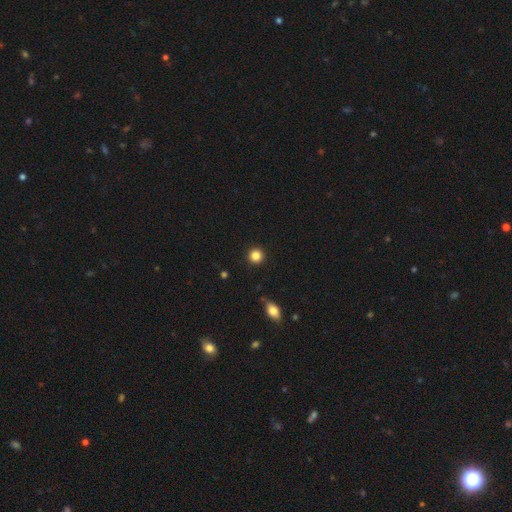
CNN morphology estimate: smooth 85%, star or artifact 11%, featured or disk 4%. Down the decision tree: how rounded — round (95%); merging — none (92%).